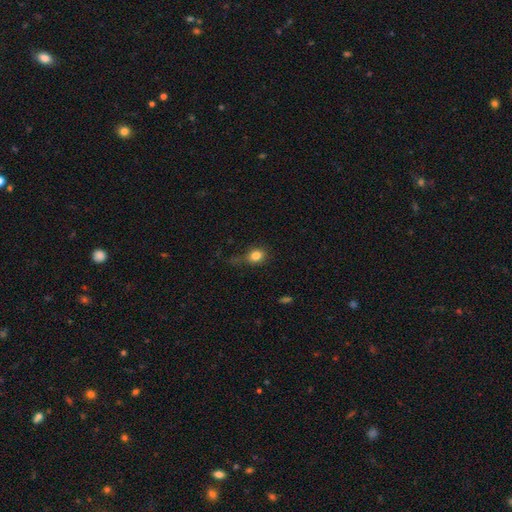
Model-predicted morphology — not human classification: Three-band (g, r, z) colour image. It shows a smooth galaxy with no disk features (81%) that is round (55%). Merging: none (55%).